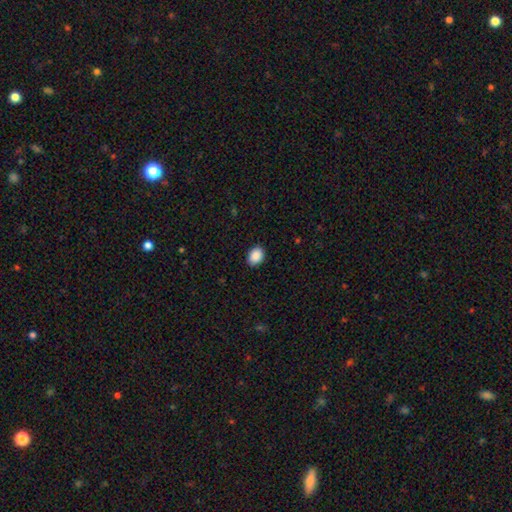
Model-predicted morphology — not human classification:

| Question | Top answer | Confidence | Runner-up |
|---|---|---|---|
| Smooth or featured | smooth | 90% | star or artifact (8%) |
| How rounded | in between | 67% | round (33%) |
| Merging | none | 89% | minor disturbance (8%) |